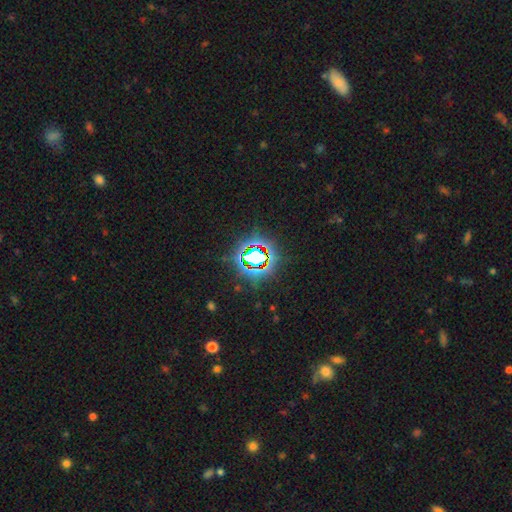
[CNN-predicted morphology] The model was most divided on "smooth or featured": star or artifact: 75%, smooth: 14%, featured or disk: 10%.